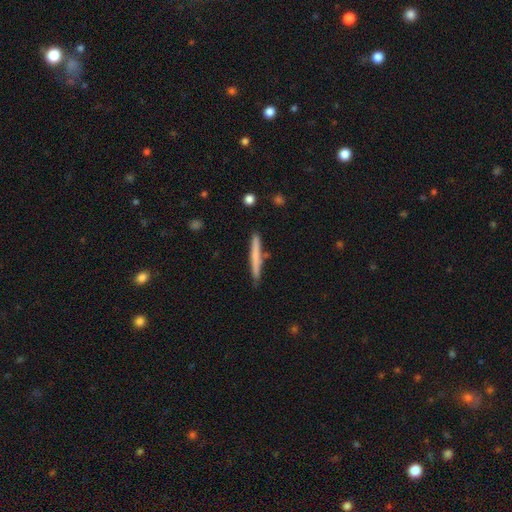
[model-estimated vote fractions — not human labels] This is likely a smooth galaxy (65%). How rounded: clearly cigar-shaped (96%). Merging: clearly none (85%).